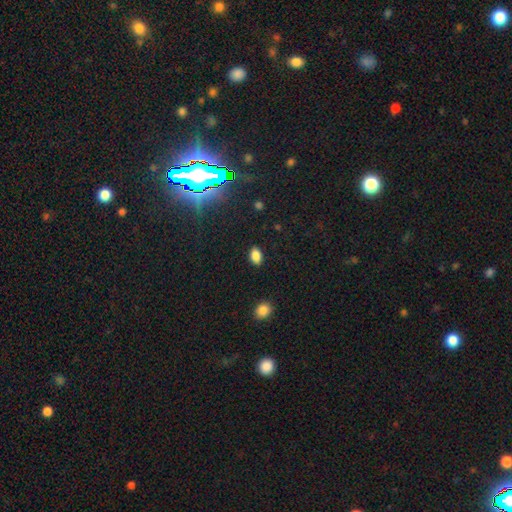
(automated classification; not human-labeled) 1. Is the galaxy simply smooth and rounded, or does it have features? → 84% smooth, 11% star or artifact, 5% featured or disk.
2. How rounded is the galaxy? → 89% in between, 9% round, 2% cigar-shaped.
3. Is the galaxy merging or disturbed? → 87% none, 9% minor disturbance, 2% major disturbance, 1% merger.